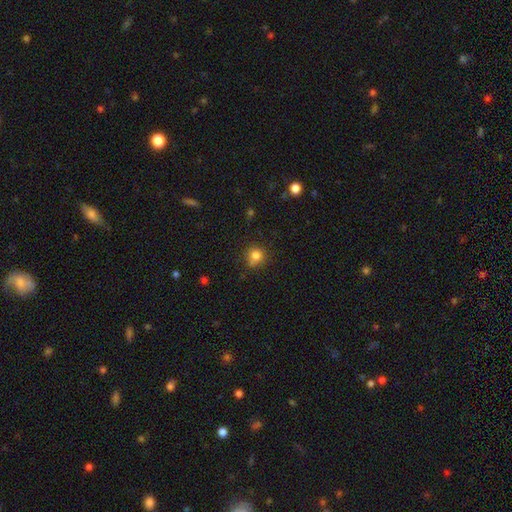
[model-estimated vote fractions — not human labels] A smooth galaxy with no disk features (81%) that is round (87%).

Vote fractions:
- Smooth or featured? smooth: 81% / star or artifact: 13% / featured or disk: 7%
- How rounded? round: 87% / in between: 12% / cigar-shaped: 1%
- Merging? none: 67% / minor disturbance: 19% / merger: 9% / major disturbance: 5%